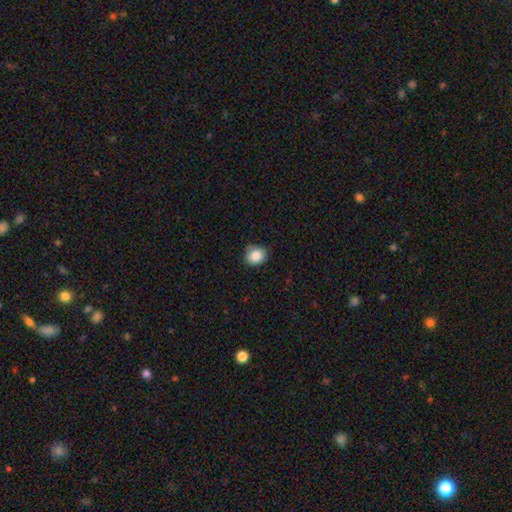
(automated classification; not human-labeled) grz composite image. It shows a smooth galaxy with no disk features (85%) that is round (70%). Merging: none (78%).